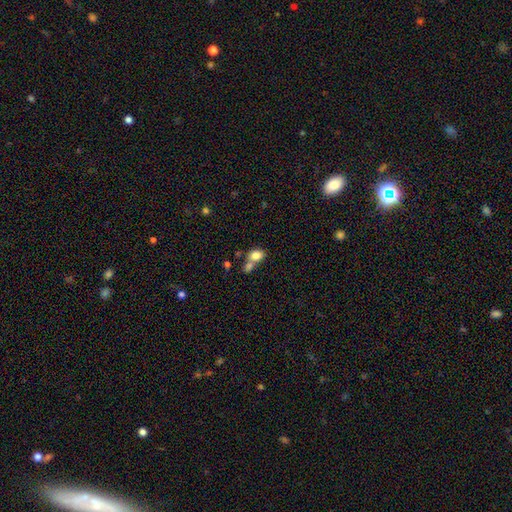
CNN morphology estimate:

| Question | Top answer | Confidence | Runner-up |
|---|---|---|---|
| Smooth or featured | smooth | 80% | featured or disk (10%) |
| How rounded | in between | 69% | round (30%) |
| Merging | merger | 51% | none (34%) |